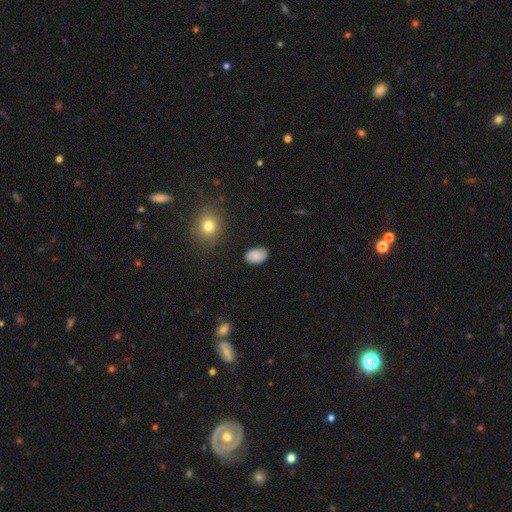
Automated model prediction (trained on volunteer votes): This is clearly a smooth galaxy (86%). How rounded: clearly in between (90%). Merging: clearly none (85%).